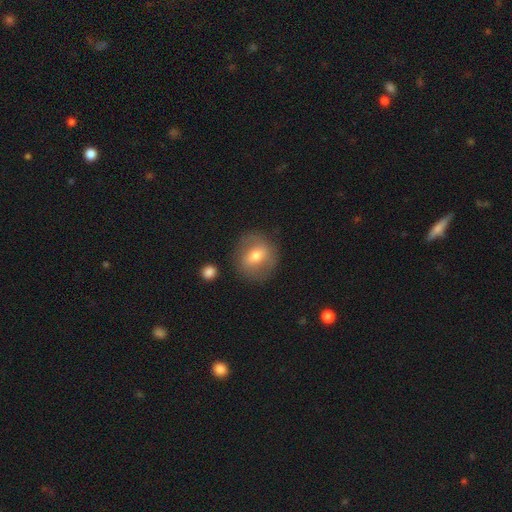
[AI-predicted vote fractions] Overall: smooth (54%; featured or disk 37%). How rounded: round (78%). Merging: none (80%).